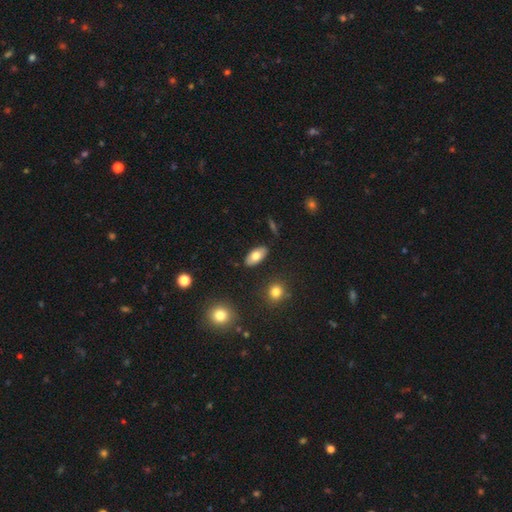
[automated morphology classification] This is likely a smooth galaxy (75%). How rounded: clearly in between (90%). Merging: clearly none (87%).